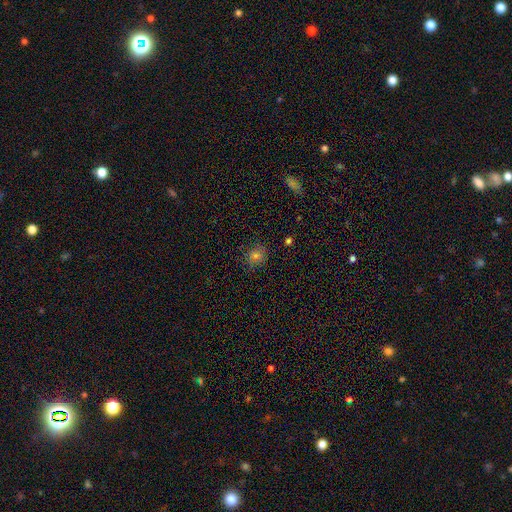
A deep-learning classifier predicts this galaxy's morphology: smooth-or-featured: smooth: 64% | star or artifact: 22% | featured or disk: 14%
  how-rounded: round: 76% | in between: 22% | cigar-shaped: 1%
  merging: none: 83% | minor disturbance: 13% | major disturbance: 3% | merger: 1%